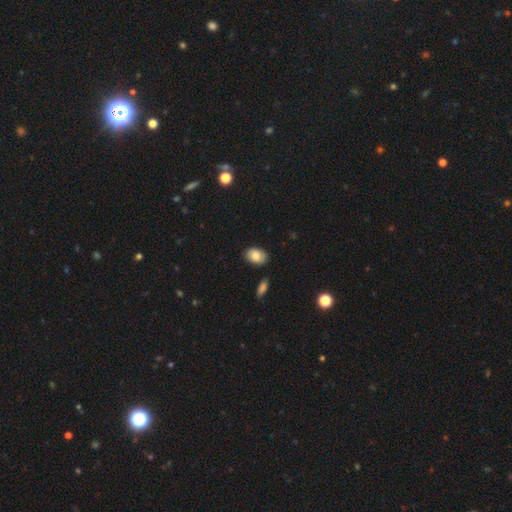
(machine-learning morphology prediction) Q: Smooth or featured?
A: smooth (82%); runner-up: featured or disk (10%)
Q: How rounded?
A: in between (84%); runner-up: round (15%)
Q: Merging?
A: none (82%); runner-up: minor disturbance (13%)